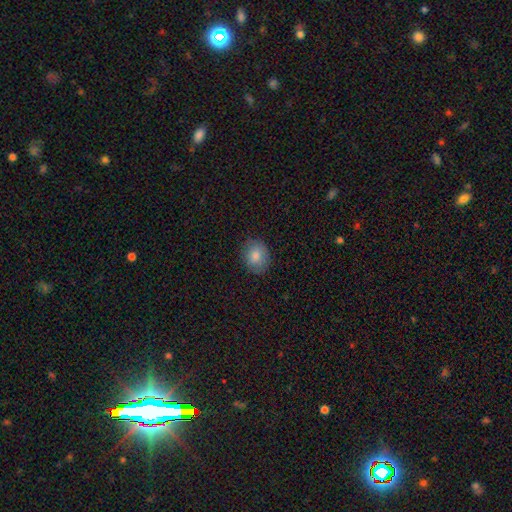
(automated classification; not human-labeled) A smooth galaxy with no disk features (83%) that is round (55%).

Vote fractions:
- Smooth or featured? smooth: 83% / featured or disk: 8% / star or artifact: 8%
- How rounded? round: 55% / in between: 44% / cigar-shaped: 1%
- Merging? none: 84% / minor disturbance: 12% / major disturbance: 3% / merger: 1%